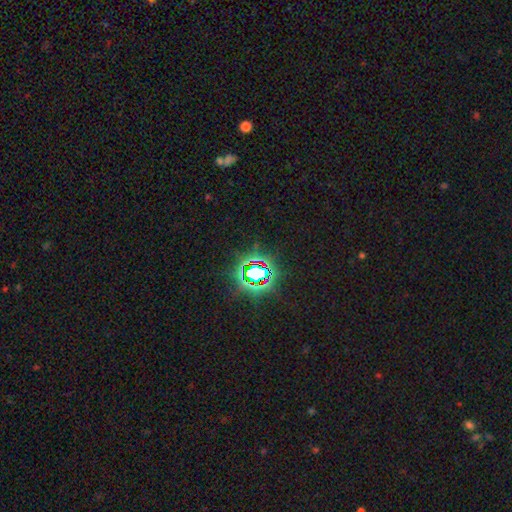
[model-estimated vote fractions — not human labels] This is clearly a star or artifact rather than a galaxy (81%).